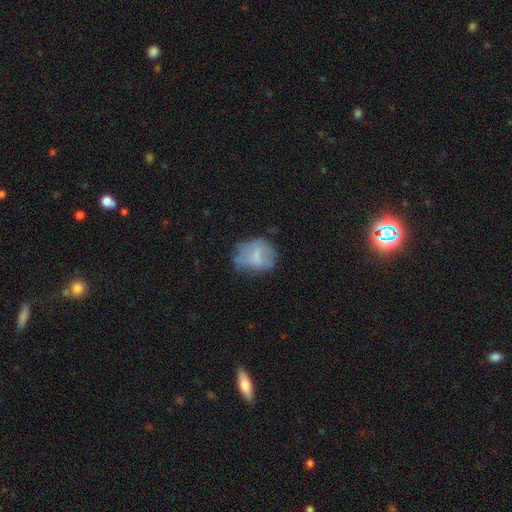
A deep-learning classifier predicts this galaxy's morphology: type=smooth (61%); roundness=in between (52%); merging=none (49%).